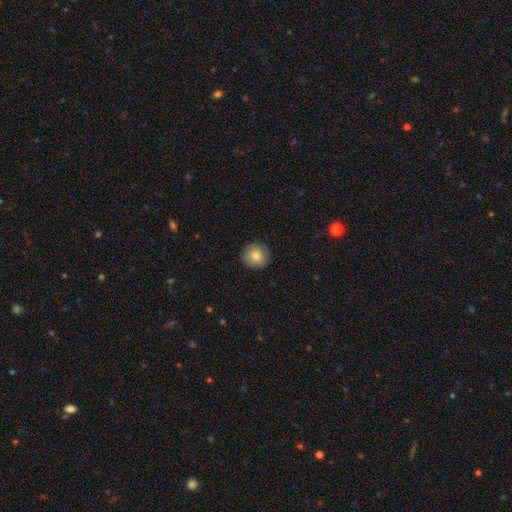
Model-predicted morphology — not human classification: smooth_or_featured: smooth (p=0.78) [alt: featured or disk p=0.13]
how_rounded: round (p=0.92) [alt: in between p=0.07]
merging: none (p=0.87) [alt: minor disturbance p=0.10]